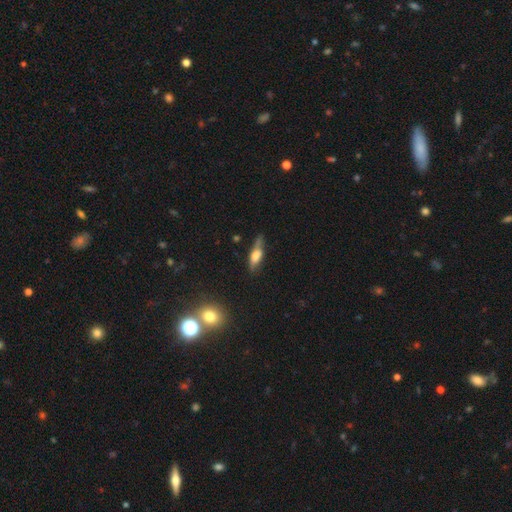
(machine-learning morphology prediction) Smooth or featured: smooth — 55% (featured or disk — 36%)
How rounded: in between — 51% (cigar-shaped — 46%)
Merging: none — 55% (minor disturbance — 31%)